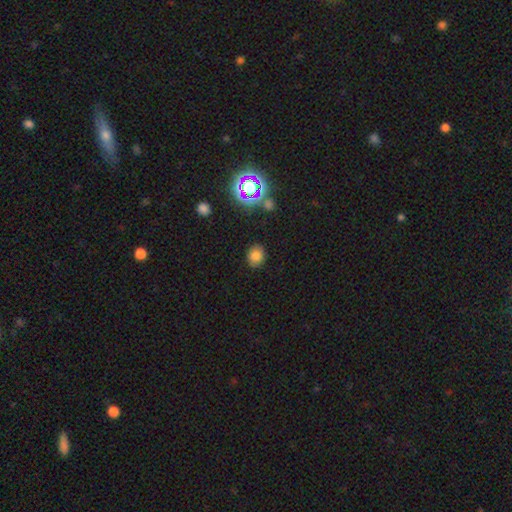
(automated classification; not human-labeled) A smooth galaxy with no disk features (78%) that is round (65%).

Vote fractions:
- Smooth or featured? smooth: 78% / star or artifact: 16% / featured or disk: 7%
- How rounded? round: 65% / in between: 34% / cigar-shaped: 1%
- Merging? none: 86% / minor disturbance: 10% / major disturbance: 3% / merger: 2%